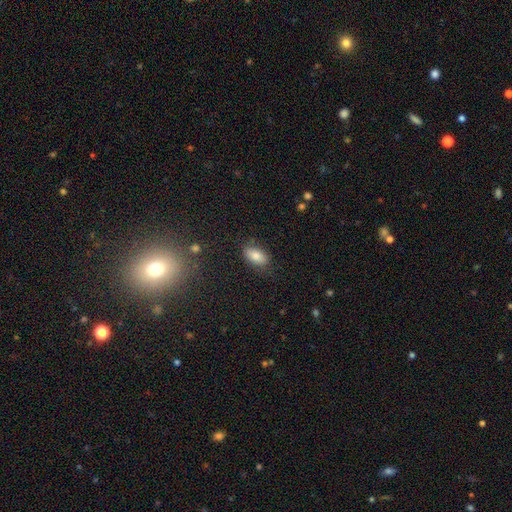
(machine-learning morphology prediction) This appears to be a smooth galaxy with no disk features (82%) that is in between round and cigar-shaped (91%). Merging: none (80%).